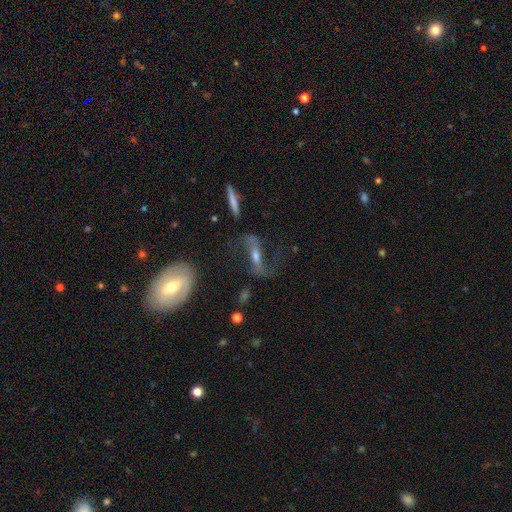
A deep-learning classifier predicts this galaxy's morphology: smooth_or_featured: featured or disk (p=0.76) [alt: smooth p=0.15]
disk_edge_on: no (p=0.73) [alt: yes p=0.27]
bar: strong (p=0.47) [alt: weak p=0.31]
has_spiral_arms: yes (p=0.87) [alt: no p=0.13]
bulge_size: moderate (p=0.53) [alt: small p=0.33]
merging: none (p=0.59) [alt: major disturbance p=0.21]